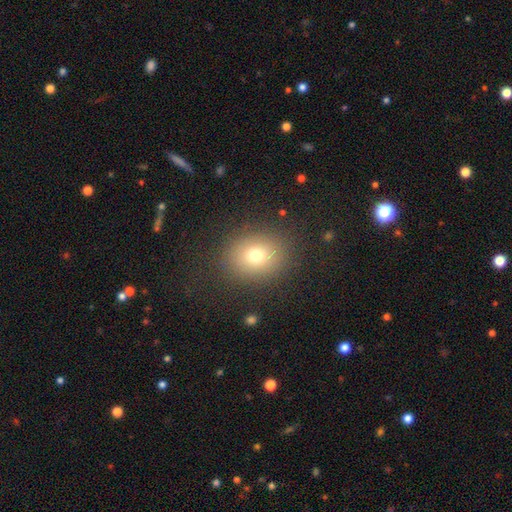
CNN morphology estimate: A smooth galaxy with no disk features (74%) that is round (61%). Merging: none (86%).